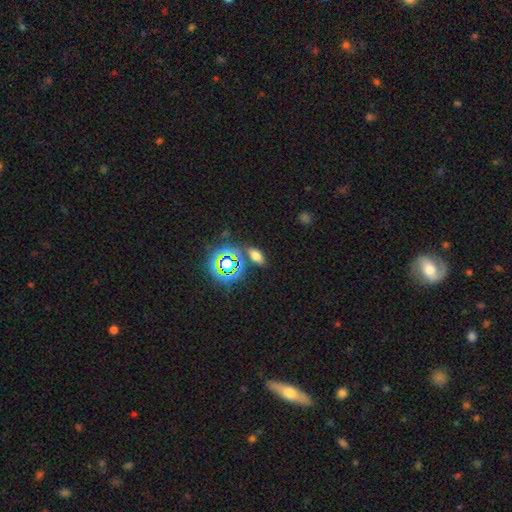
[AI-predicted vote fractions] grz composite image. It shows a smooth galaxy with no disk features (64%) that is in between round and cigar-shaped (79%). Merging: none (80%).